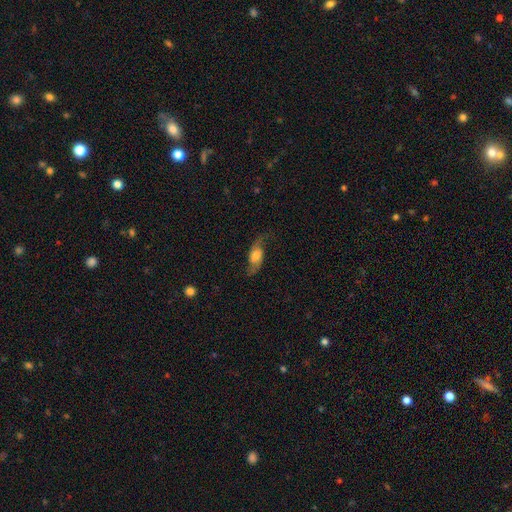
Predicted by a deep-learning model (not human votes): A featured or disk galaxy (59%) with no bar (63%), spiral arms (89%) and a moderate central bulge (49%). Merging: none (65%).